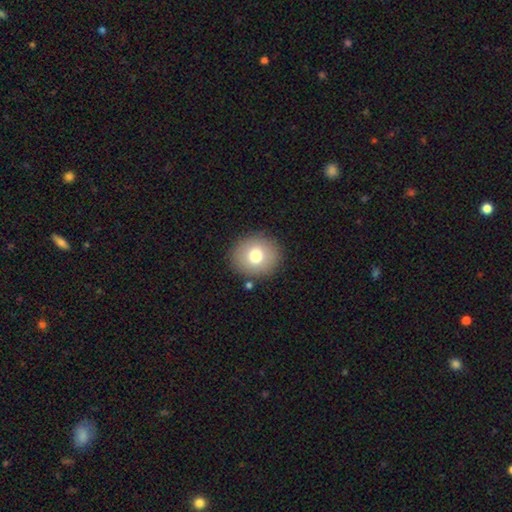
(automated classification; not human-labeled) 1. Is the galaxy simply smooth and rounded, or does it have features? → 75% smooth, 15% featured or disk, 10% star or artifact.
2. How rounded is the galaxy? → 84% round, 15% in between, 1% cigar-shaped.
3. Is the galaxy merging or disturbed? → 87% none, 8% minor disturbance, 3% major disturbance, 2% merger.